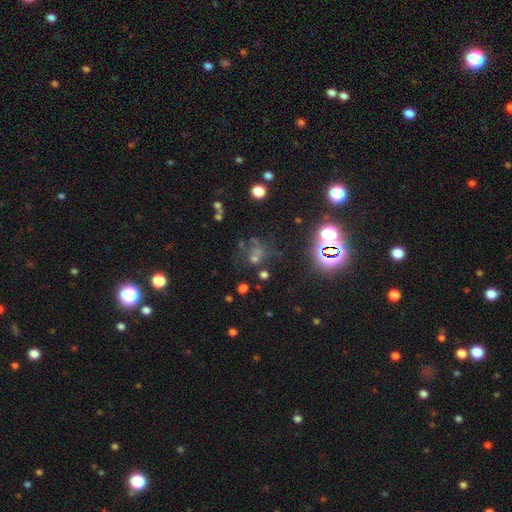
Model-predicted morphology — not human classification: type=star or artifact (56%).